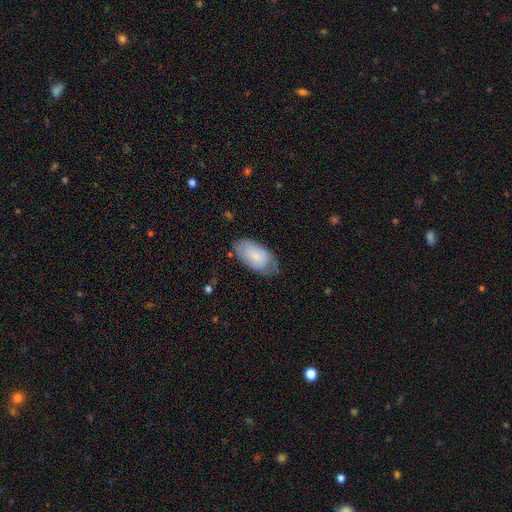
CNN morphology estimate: A smooth galaxy with no disk features (74%) that is in between round and cigar-shaped (95%).

Vote fractions:
- Smooth or featured? smooth: 74% / featured or disk: 20% / star or artifact: 6%
- How rounded? in between: 95% / round: 3% / cigar-shaped: 3%
- Merging? none: 62% / minor disturbance: 29% / major disturbance: 8% / merger: 2%